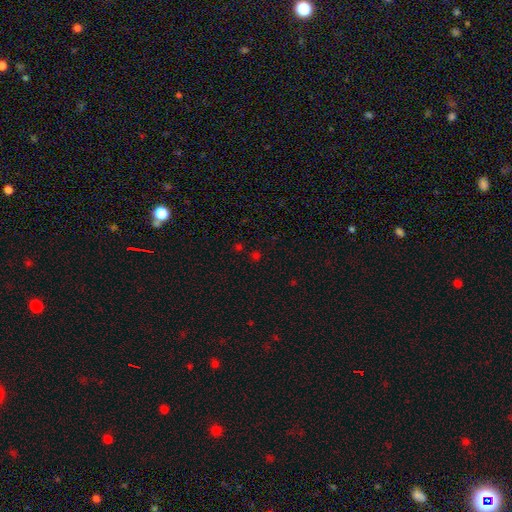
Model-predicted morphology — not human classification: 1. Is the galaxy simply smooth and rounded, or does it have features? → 49% smooth, 45% star or artifact, 6% featured or disk.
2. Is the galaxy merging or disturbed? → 78% none, 10% minor disturbance, 7% merger, 5% major disturbance.